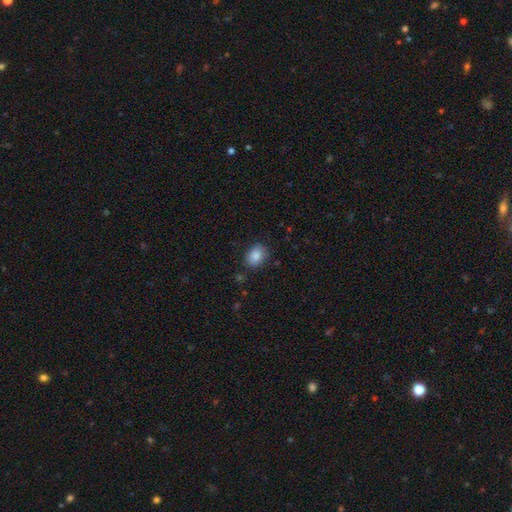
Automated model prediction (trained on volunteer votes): This appears to be a smooth galaxy with no disk features (86%) that is in between round and cigar-shaped (64%). Merging: none (81%).